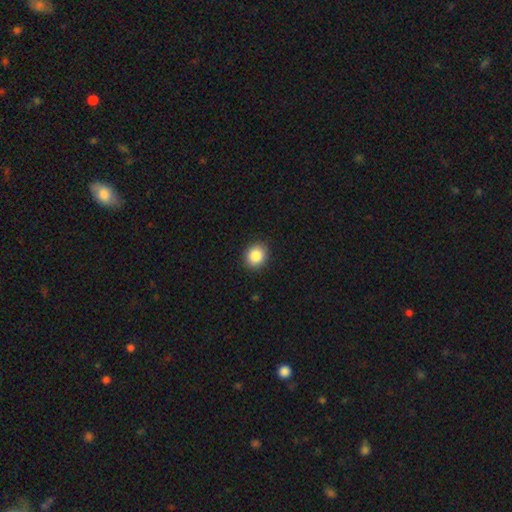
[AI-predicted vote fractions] A smooth galaxy with no disk features (86%) that is round (73%). Merging: none (91%).